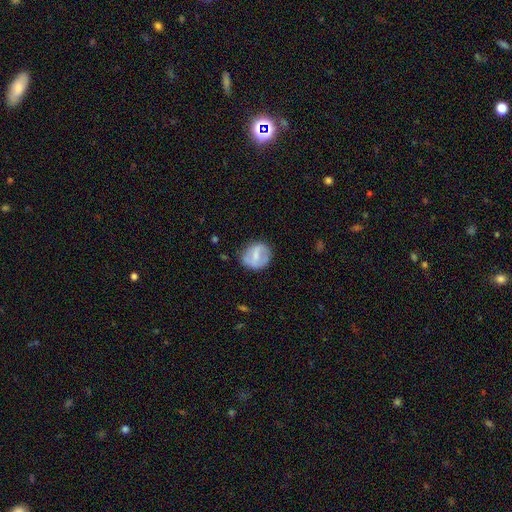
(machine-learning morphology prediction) A featured or disk galaxy (48%). Merging: none (75%).